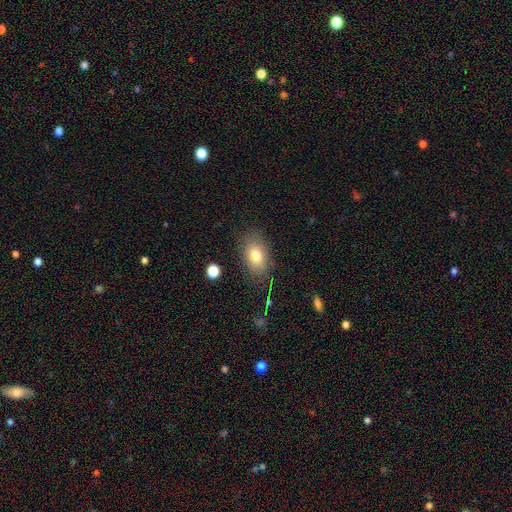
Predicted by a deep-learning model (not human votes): smooth_or_featured: smooth (p=0.78) [alt: featured or disk p=0.13]
how_rounded: in between (p=0.85) [alt: round p=0.13]
merging: none (p=0.82) [alt: minor disturbance p=0.13]